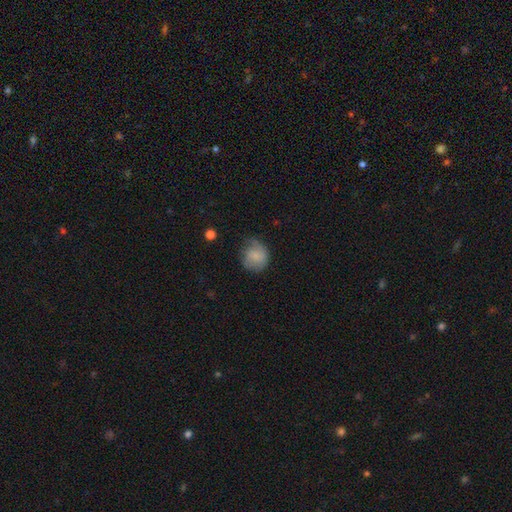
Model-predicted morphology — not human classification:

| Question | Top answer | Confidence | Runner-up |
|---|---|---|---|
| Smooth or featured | smooth | 75% | featured or disk (17%) |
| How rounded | round | 77% | in between (23%) |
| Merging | none | 49% | minor disturbance (34%) |